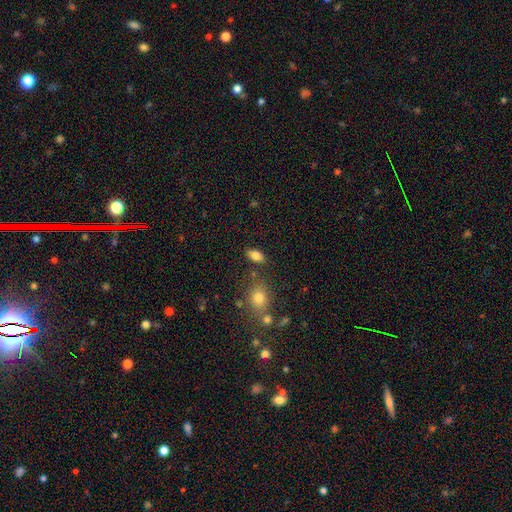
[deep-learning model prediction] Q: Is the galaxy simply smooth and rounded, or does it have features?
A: smooth — 83%.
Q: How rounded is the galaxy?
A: in between — 90%.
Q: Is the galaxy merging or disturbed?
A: none — 79%.